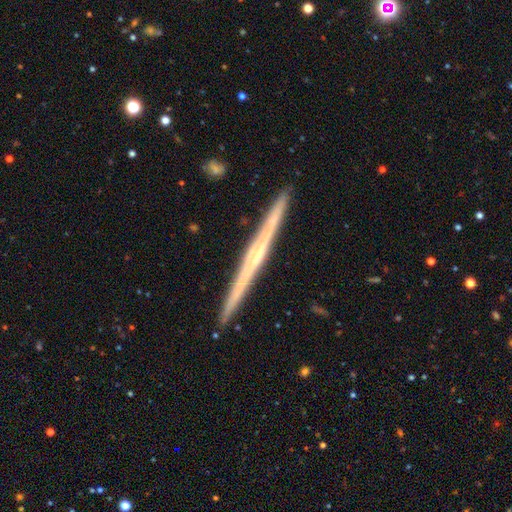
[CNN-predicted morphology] A featured or disk galaxy (76%) viewed edge-on (98%) with no central bulge (53%). Merging: none (92%).